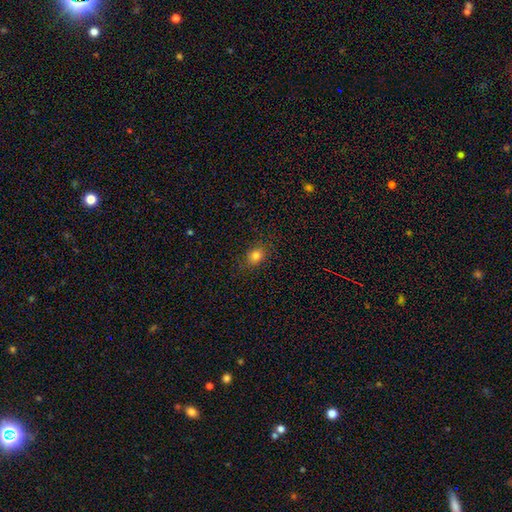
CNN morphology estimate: smooth-or-featured: smooth: 81% | star or artifact: 12% | featured or disk: 7%
  how-rounded: in between: 52% | round: 47% | cigar-shaped: 1%
  merging: none: 87% | minor disturbance: 9% | major disturbance: 3% | merger: 1%